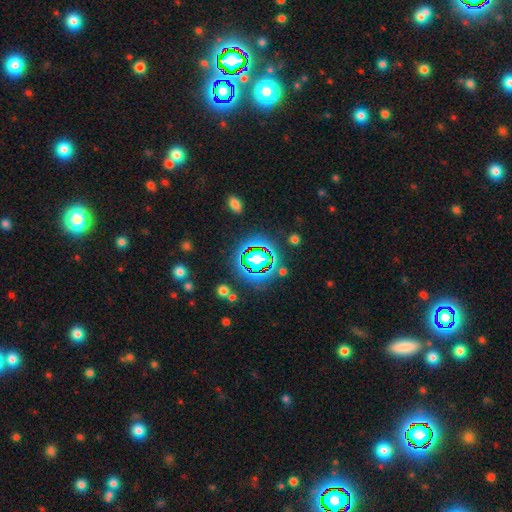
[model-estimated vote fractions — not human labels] Smooth or featured? star or artifact (80%)